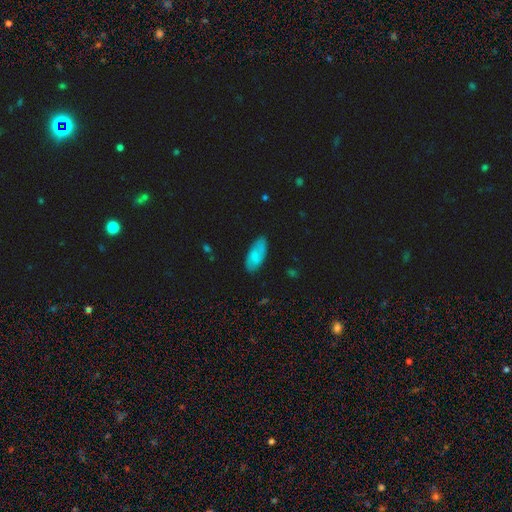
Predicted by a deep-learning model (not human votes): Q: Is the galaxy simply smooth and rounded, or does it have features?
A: smooth — 65%.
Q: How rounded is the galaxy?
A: in between — 90%.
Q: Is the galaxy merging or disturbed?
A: none — 76%.